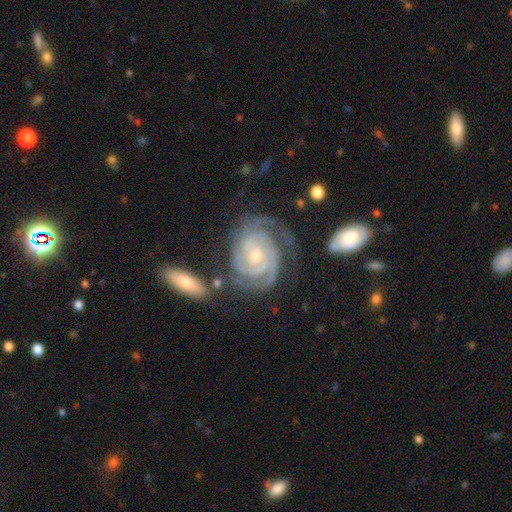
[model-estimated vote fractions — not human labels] featured or disk 91%, star or artifact 5%, smooth 4%. Down the decision tree: edge-on disk — no (97%); bar — no (63%); spiral arms — yes (98%); spiral arm count — 3 (35%); spiral winding — tight (76%); bulge size — small (65%); merging — none (61%).